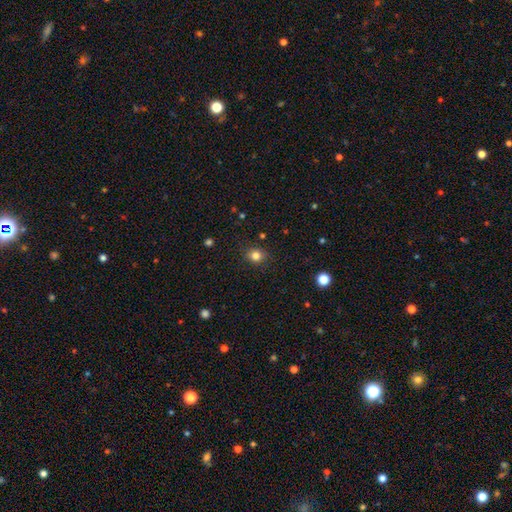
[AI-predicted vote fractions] The model was most divided on "how rounded": round: 70%, in between: 29%, cigar-shaped: 1%. More confident: merging — none (86%); smooth or featured — smooth (82%).